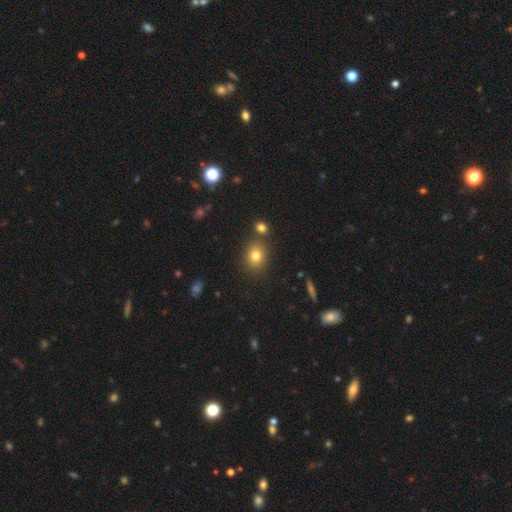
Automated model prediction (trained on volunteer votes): Smooth or featured? smooth (78%)
How rounded? round (54%)
Merging? none (77%)